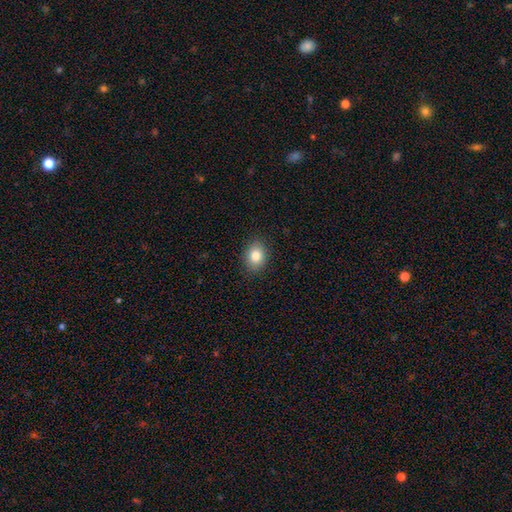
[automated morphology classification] Q: Smooth or featured?
A: smooth (82%); runner-up: star or artifact (9%)
Q: How rounded?
A: in between (60%); runner-up: round (39%)
Q: Merging?
A: none (88%); runner-up: minor disturbance (8%)